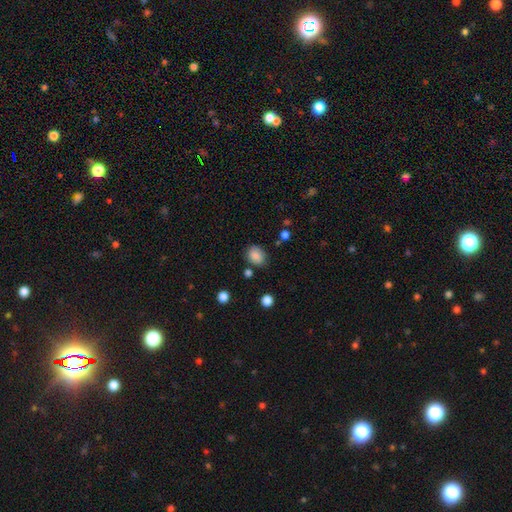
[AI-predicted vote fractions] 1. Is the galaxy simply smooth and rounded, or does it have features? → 85% smooth, 10% star or artifact, 5% featured or disk.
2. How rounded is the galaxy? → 55% in between, 44% round, 1% cigar-shaped.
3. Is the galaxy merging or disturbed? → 73% none, 17% minor disturbance, 5% major disturbance, 5% merger.